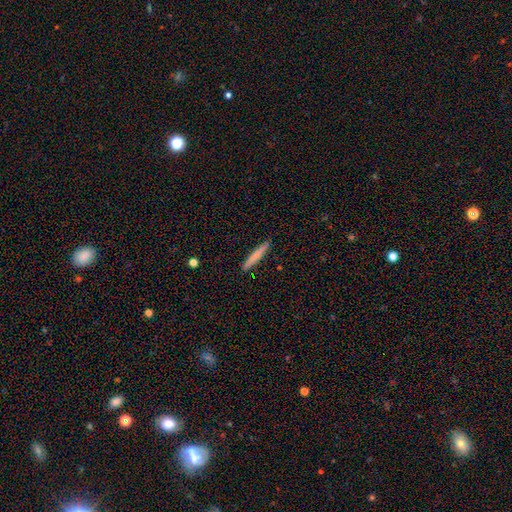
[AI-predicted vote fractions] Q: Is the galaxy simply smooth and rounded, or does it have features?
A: smooth — 74%.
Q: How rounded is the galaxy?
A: cigar-shaped — 96%.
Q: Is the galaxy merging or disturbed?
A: none — 91%.